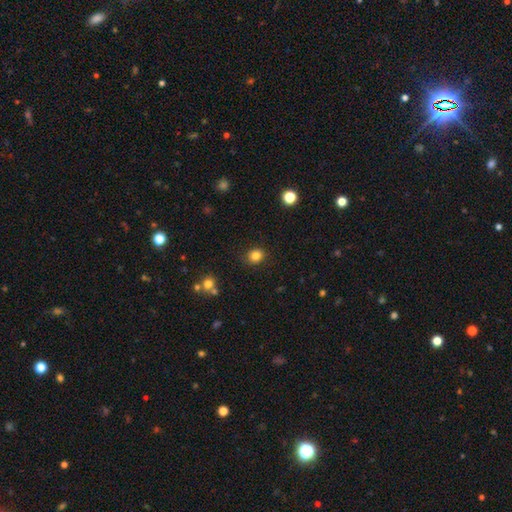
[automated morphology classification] smooth-or-featured: smooth: 83% | star or artifact: 12% | featured or disk: 5%
  how-rounded: round: 80% | in between: 19% | cigar-shaped: 1%
  merging: none: 87% | minor disturbance: 9% | major disturbance: 2% | merger: 2%